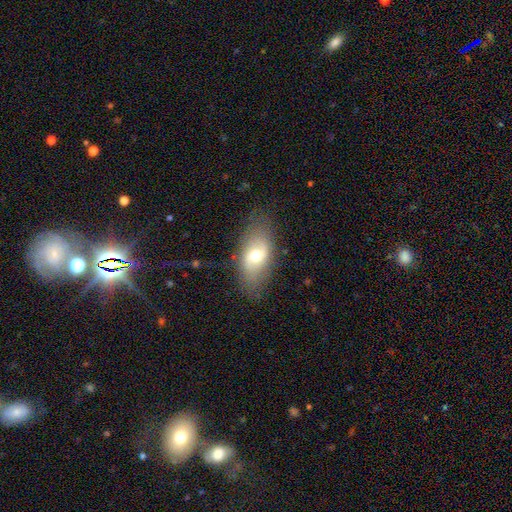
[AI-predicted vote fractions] smooth_or_featured: smooth (p=0.54) [alt: featured or disk p=0.37]
how_rounded: in between (p=0.87) [alt: round p=0.09]
merging: none (p=0.77) [alt: minor disturbance p=0.16]